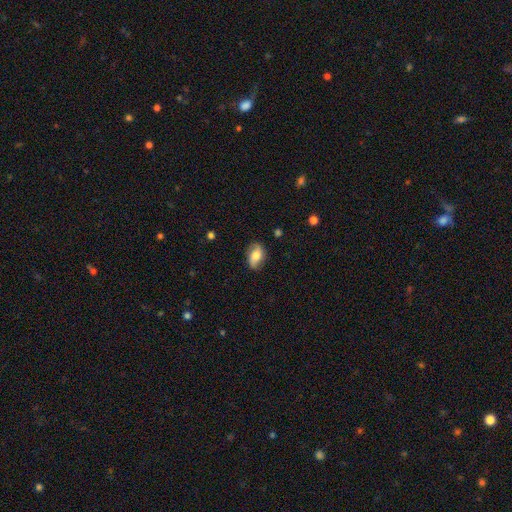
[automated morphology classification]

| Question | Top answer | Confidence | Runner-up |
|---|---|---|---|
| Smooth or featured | smooth | 58% | featured or disk (34%) |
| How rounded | in between | 84% | round (14%) |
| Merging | none | 77% | minor disturbance (17%) |